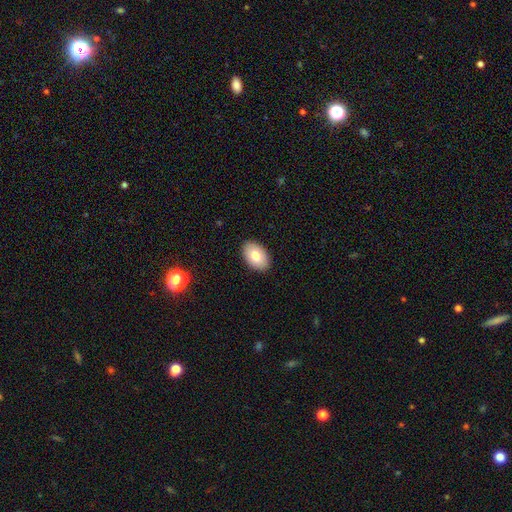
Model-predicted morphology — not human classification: This appears to be a smooth galaxy with no disk features (78%) that is in between round and cigar-shaped (91%). Merging: none (89%).